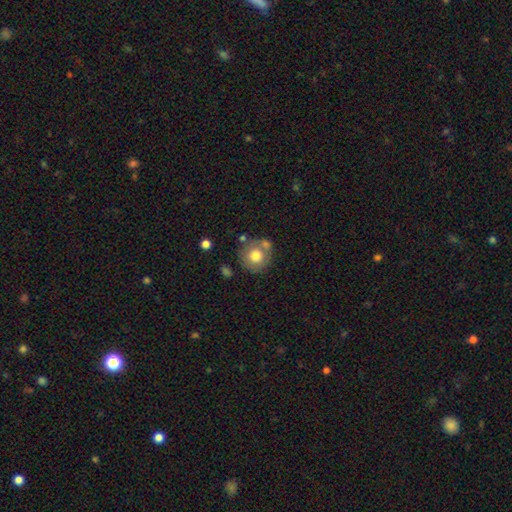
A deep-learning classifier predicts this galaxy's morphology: Smooth or featured? Predicted: smooth (p=0.72). How rounded? Predicted: round (p=0.92). Merging? Predicted: none (p=0.63).